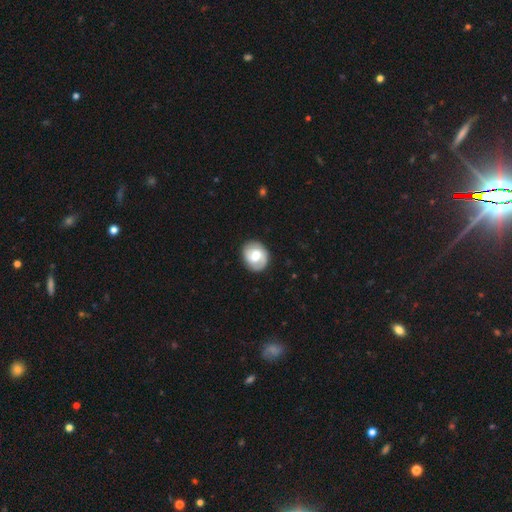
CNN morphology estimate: Overall: featured or disk (51%; smooth 43%). Edge-on disk: no (96%). Merging: none (84%).